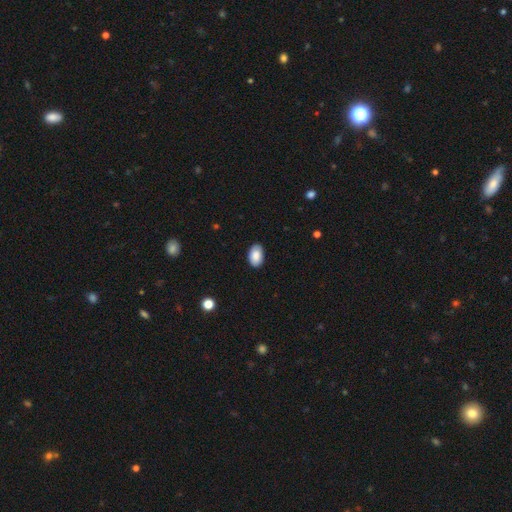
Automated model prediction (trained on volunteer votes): The model was most divided on "merging": none: 85%, minor disturbance: 12%, major disturbance: 2%, merger: 1%. More confident: how rounded — in between (91%); smooth or featured — smooth (87%).